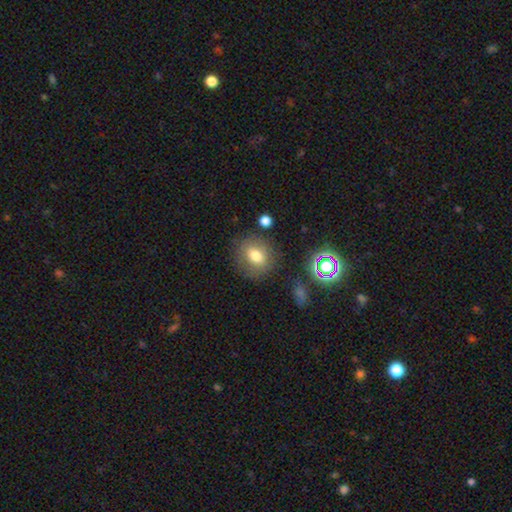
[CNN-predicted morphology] smooth-or-featured: smooth: 73% | featured or disk: 15% | star or artifact: 12%
  how-rounded: round: 64% | in between: 35% | cigar-shaped: 1%
  merging: none: 79% | minor disturbance: 13% | major disturbance: 5% | merger: 3%